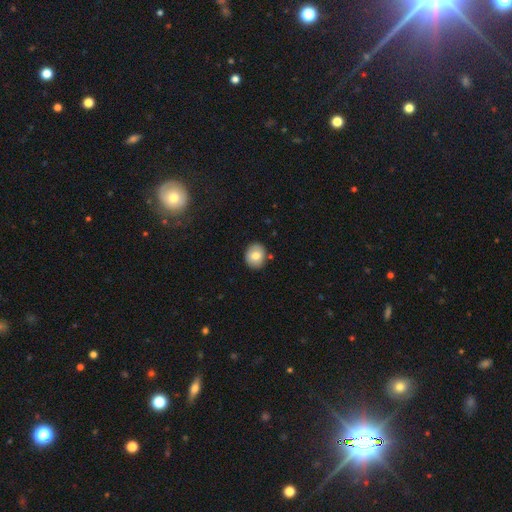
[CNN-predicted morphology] Smooth or featured?
  - smooth: 77% *
  - featured or disk: 15%
  - star or artifact: 8%
How rounded?
  - round: 70% *
  - in between: 29%
  - cigar-shaped: 1%
Merging?
  - none: 85% *
  - minor disturbance: 10%
  - merger: 3%
  - major disturbance: 2%